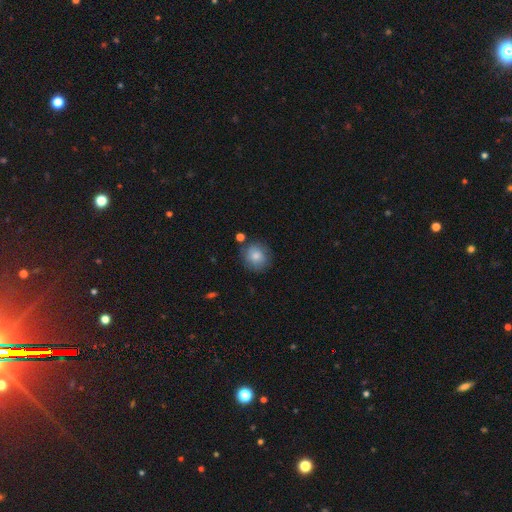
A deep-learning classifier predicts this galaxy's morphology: Q: Smooth or featured?
A: smooth (81%); runner-up: featured or disk (11%)
Q: How rounded?
A: round (83%); runner-up: in between (16%)
Q: Merging?
A: none (78%); runner-up: minor disturbance (15%)